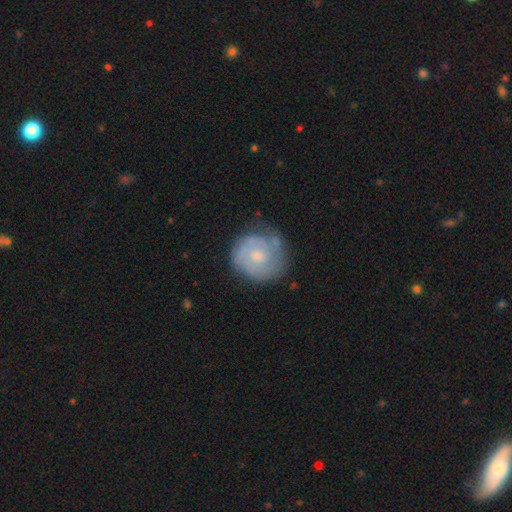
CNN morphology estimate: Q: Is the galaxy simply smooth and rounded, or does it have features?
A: featured or disk — 62%.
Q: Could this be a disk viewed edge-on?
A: no — 98%.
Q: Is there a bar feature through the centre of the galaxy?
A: no — 68%.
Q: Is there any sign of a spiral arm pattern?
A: yes — 82%.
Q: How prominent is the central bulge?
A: small — 56%.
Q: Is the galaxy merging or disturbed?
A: none — 64%.